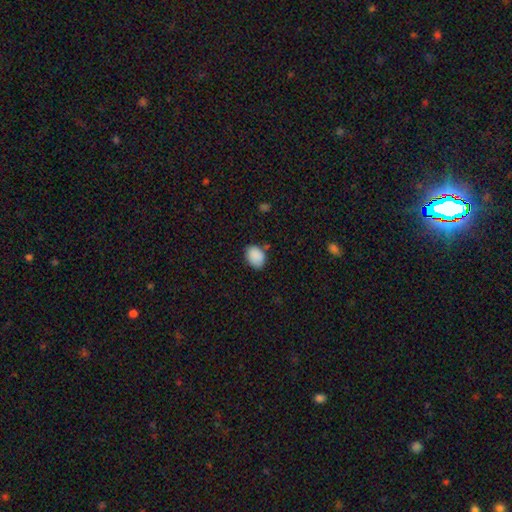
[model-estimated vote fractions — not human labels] This is clearly a smooth galaxy (89%). How rounded: likely in between (74%). Merging: likely none (74%).